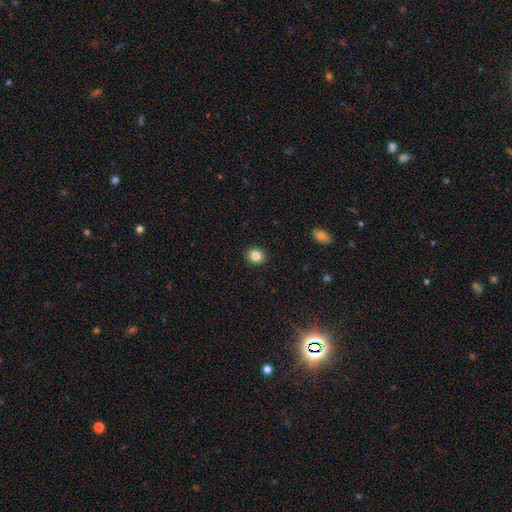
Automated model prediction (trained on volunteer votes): Morphology: type=smooth (84%); roundness=round (75%); merging=none (92%).